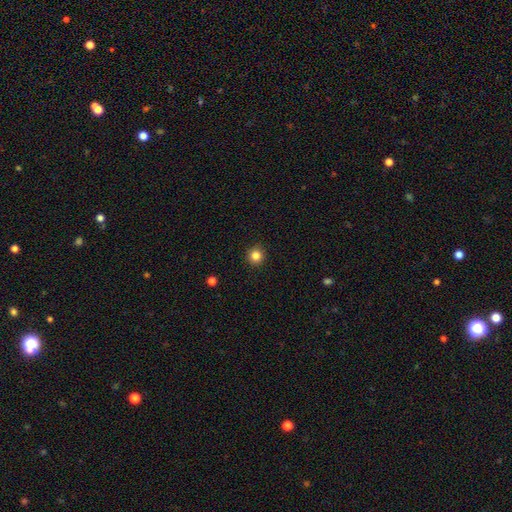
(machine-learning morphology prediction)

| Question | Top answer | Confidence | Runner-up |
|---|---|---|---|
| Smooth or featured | smooth | 84% | star or artifact (11%) |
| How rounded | round | 94% | in between (5%) |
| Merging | none | 93% | minor disturbance (5%) |